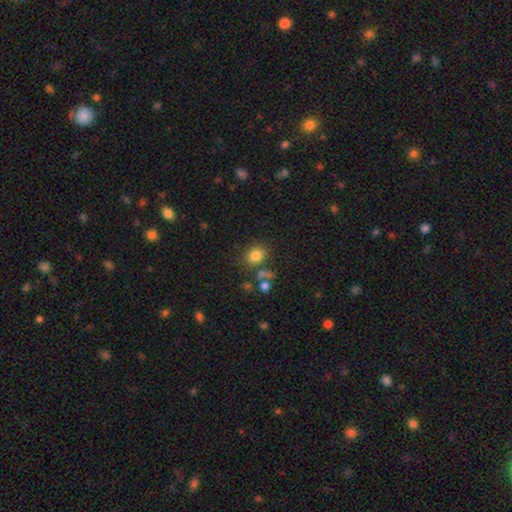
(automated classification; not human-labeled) The model was most divided on "how rounded": round: 58%, in between: 41%, cigar-shaped: 1%. More confident: smooth or featured — smooth (80%); merging — none (72%).